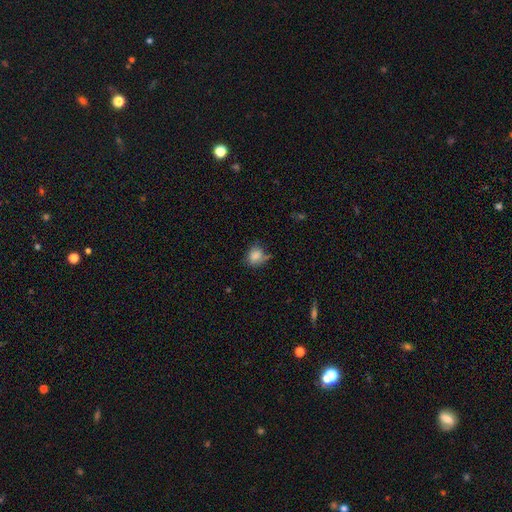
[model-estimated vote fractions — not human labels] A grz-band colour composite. It shows a smooth galaxy with no disk features (81%) that is in between round and cigar-shaped (51%). Merging: none (51%).